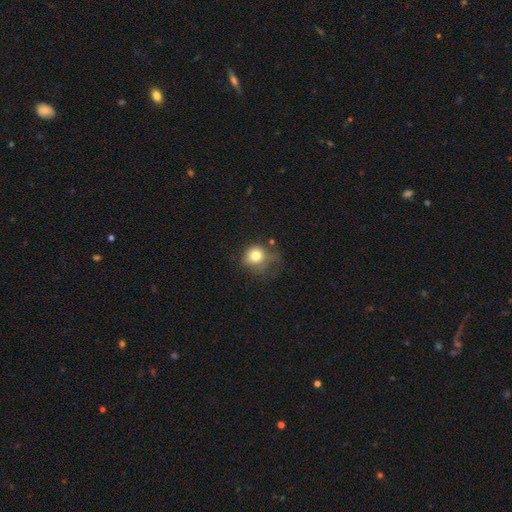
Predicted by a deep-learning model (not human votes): smooth 77%, featured or disk 12%, star or artifact 11%. Down the decision tree: how rounded — round (76%); merging — none (41%).